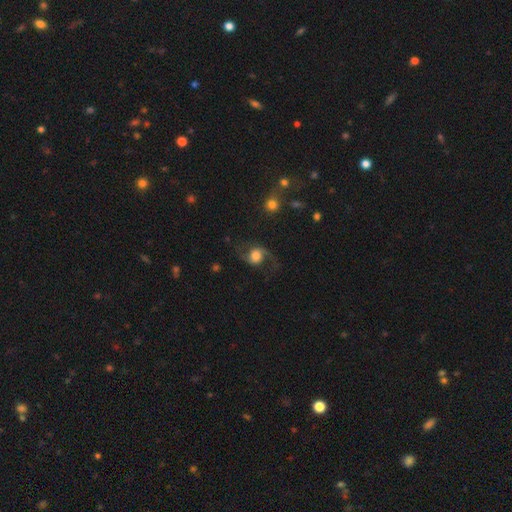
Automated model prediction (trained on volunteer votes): This is likely a featured or disk galaxy (72%). It is clearly not viewed edge-on (97%). Bar: likely no (67%). Spiral arm pattern: clearly yes (94%). Spiral arm count: clearly 2 (88%). Spiral winding: likely loose (70%). Central bulge: marginally moderate (44%). Merging: likely none (66%).